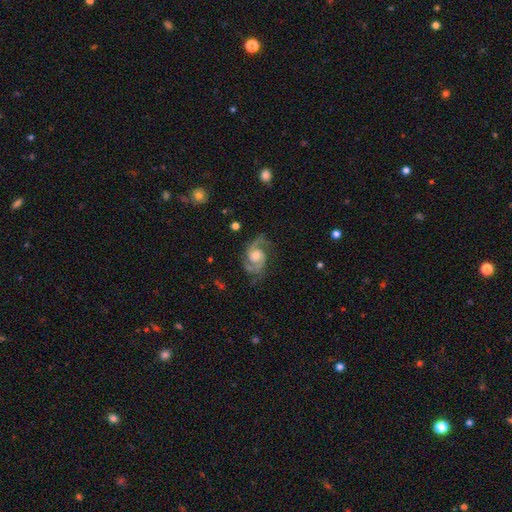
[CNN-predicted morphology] The model was most divided on "spiral winding": medium: 55%, tight: 26%, loose: 20%. More confident: edge-on disk — no (98%); spiral arms — yes (97%); smooth or featured — featured or disk (89%); spiral arm count — 2 (83%); merging — none (71%); bar — no (68%); bulge size — moderate (60%).